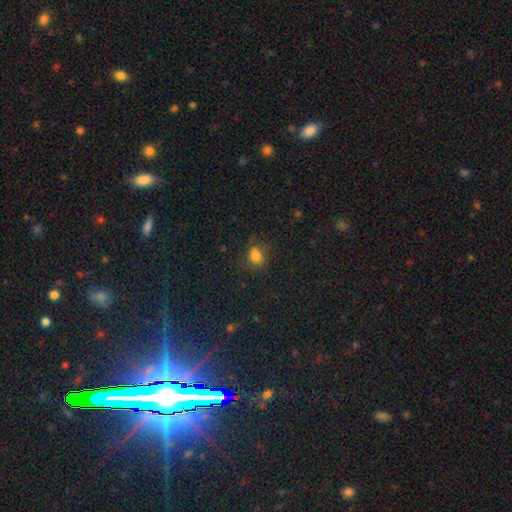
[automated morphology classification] The model was most divided on "how rounded": in between: 55%, round: 43%, cigar-shaped: 2%. More confident: smooth or featured — smooth (71%); merging — none (55%).